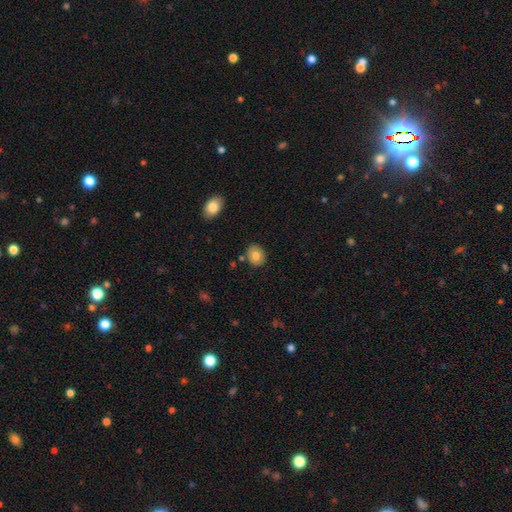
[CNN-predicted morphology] Smooth or featured? smooth (78%)
How rounded? round (59%)
Merging? none (83%)